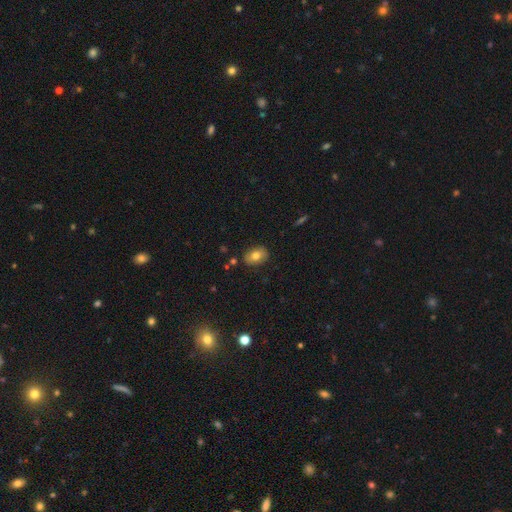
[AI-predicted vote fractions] This appears to be a smooth galaxy with no disk features (78%) that is in between round and cigar-shaped (81%). Merging: none (84%).